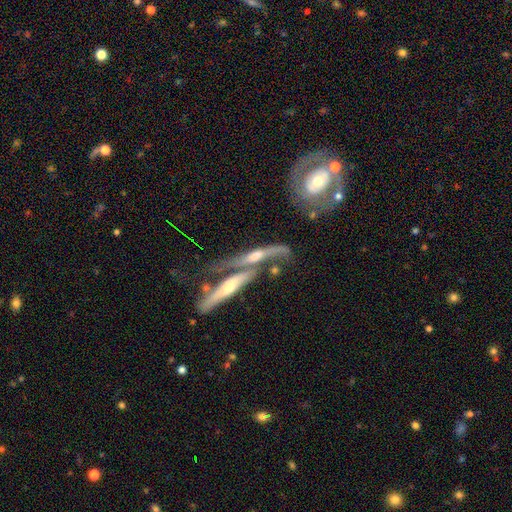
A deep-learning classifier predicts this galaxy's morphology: type=featured or disk (72%); edge-on=yes (74%); edge-on bulge=rounded (76%); merging=merger (49%).